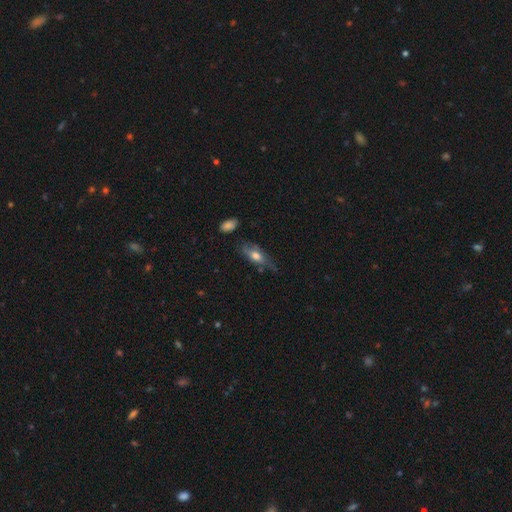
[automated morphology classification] The model was most divided on "merging": none: 49%, minor disturbance: 34%, major disturbance: 13%, merger: 4%. More confident: how rounded — in between (72%); smooth or featured — smooth (62%).